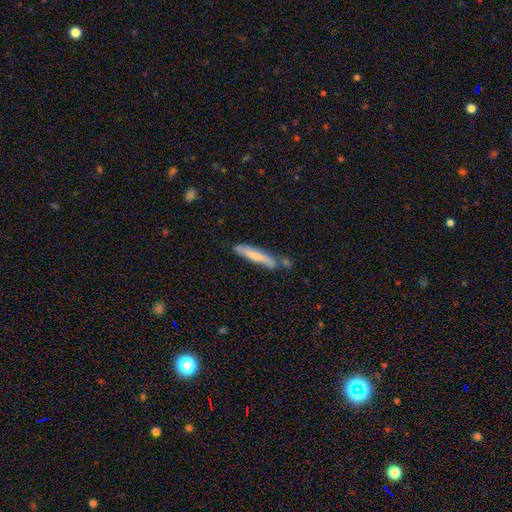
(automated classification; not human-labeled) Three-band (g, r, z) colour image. It shows a smooth galaxy with no disk features (64%) that is cigar-shaped (90%). Merging: none (64%).